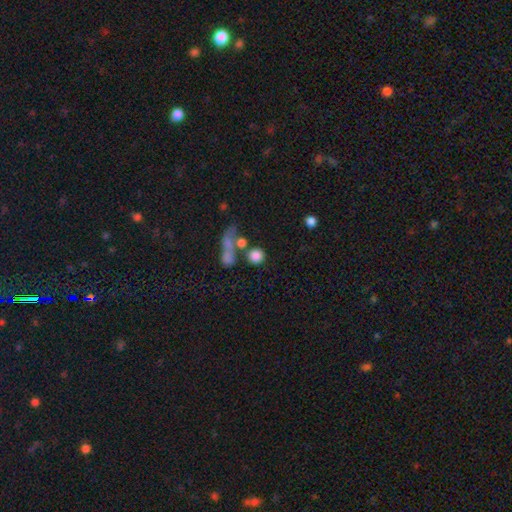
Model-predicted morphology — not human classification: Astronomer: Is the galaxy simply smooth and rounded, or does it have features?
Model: smooth — 80%.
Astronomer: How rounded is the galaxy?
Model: round — 87%.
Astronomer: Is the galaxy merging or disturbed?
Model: none — 61%.